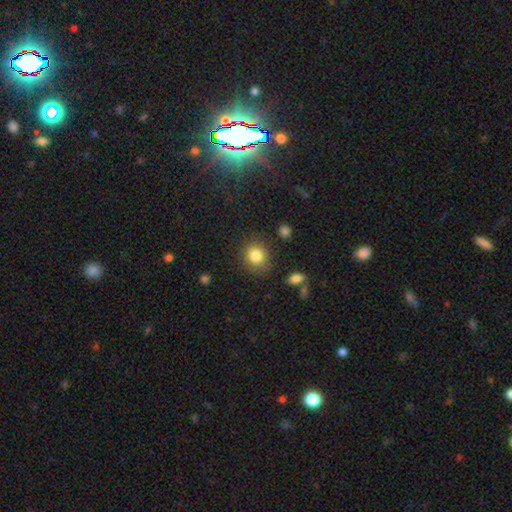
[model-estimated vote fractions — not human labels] A smooth galaxy with no disk features (84%) that is round (74%).

Vote fractions:
- Smooth or featured? smooth: 84% / star or artifact: 9% / featured or disk: 6%
- How rounded? round: 74% / in between: 25% / cigar-shaped: 1%
- Merging? none: 80% / minor disturbance: 13% / major disturbance: 4% / merger: 3%